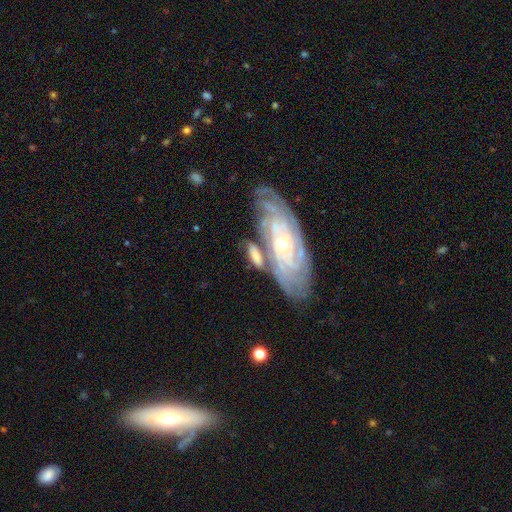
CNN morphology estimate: This appears to be a featured or disk galaxy (69%) with no bar (76%), tight (76%) spiral arms (86%) and a small central bulge (66%). Merging: none (52%).